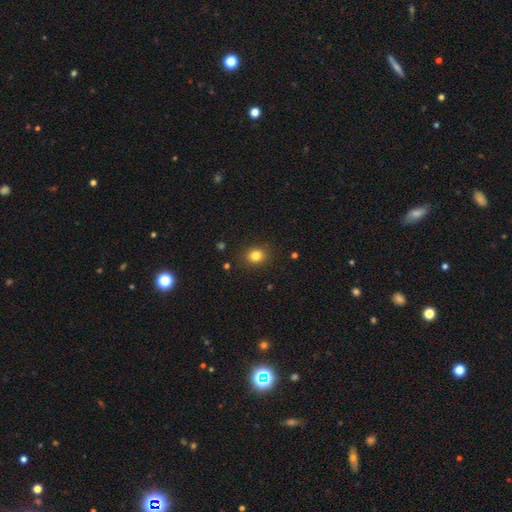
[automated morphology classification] A smooth galaxy with no disk features (82%) that is round (70%). Merging: none (89%).